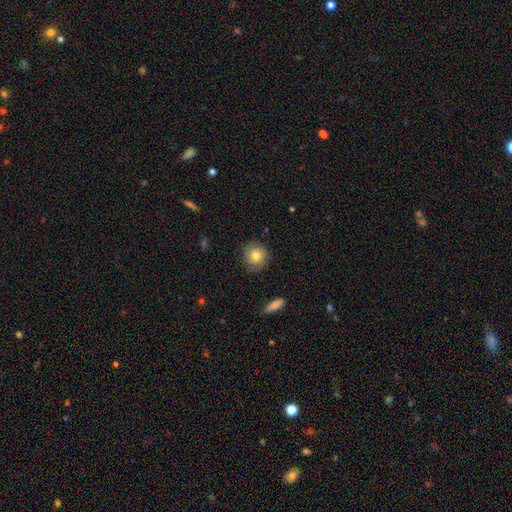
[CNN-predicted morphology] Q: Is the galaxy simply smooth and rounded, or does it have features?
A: smooth — 75%.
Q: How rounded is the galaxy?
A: round — 91%.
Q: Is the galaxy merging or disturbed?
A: none — 83%.